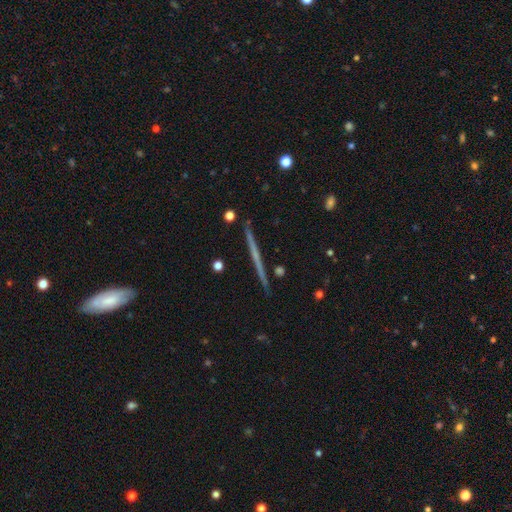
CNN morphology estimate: smooth_or_featured: featured or disk (p=0.67) [alt: smooth p=0.27]
disk_edge_on: yes (p=0.98) [alt: no p=0.02]
edge_on_bulge: none (p=0.81) [alt: rounded p=0.14]
merging: none (p=0.92) [alt: minor disturbance p=0.06]